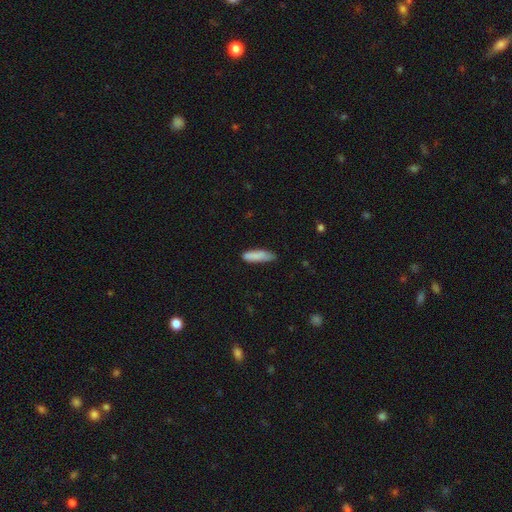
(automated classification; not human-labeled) Q: Smooth or featured?
A: smooth (85%); runner-up: featured or disk (8%)
Q: How rounded?
A: cigar-shaped (62%); runner-up: in between (36%)
Q: Merging?
A: none (67%); runner-up: minor disturbance (26%)